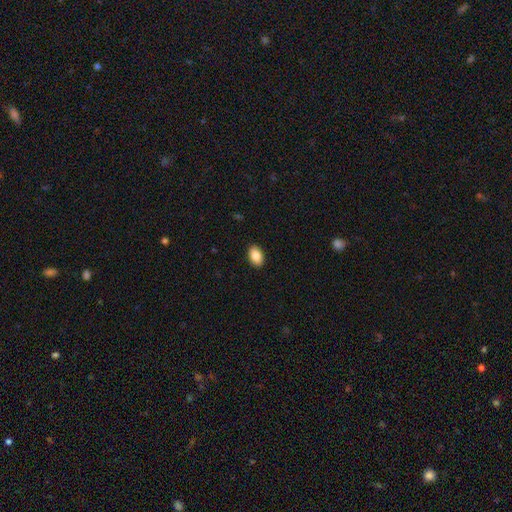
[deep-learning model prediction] Smooth or featured? smooth (88%)
How rounded? in between (91%)
Merging? none (90%)